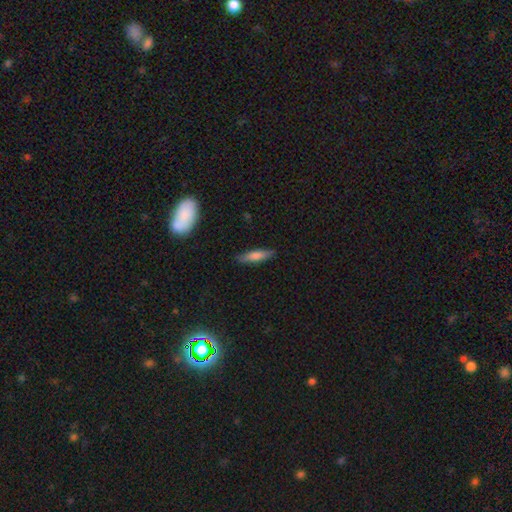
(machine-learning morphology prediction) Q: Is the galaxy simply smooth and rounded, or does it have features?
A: smooth — 71%.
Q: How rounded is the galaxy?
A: cigar-shaped — 72%.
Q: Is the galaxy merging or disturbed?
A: none — 84%.